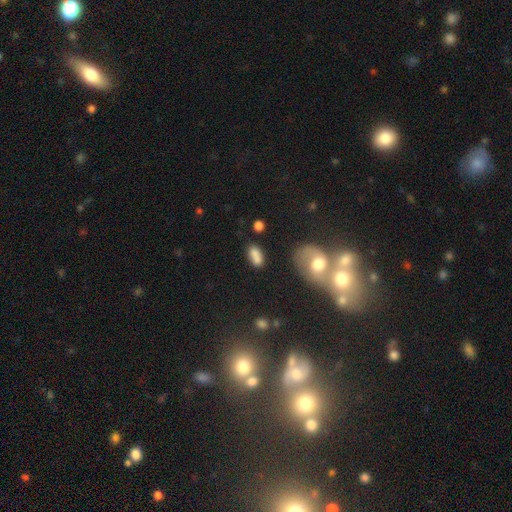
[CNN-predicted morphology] Smooth or featured: smooth — 78% (featured or disk — 11%)
How rounded: in between — 87% (round — 8%)
Merging: none — 57% (merger — 19%)